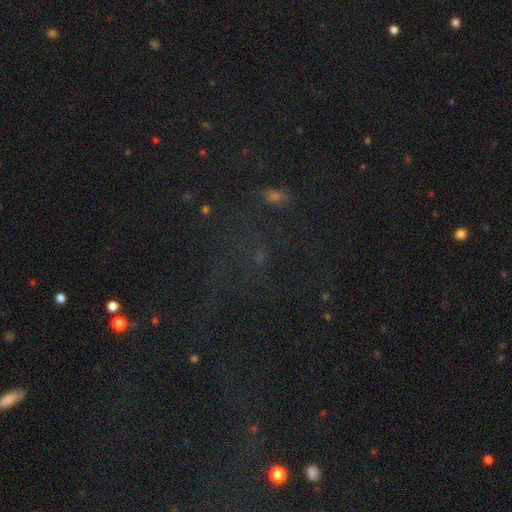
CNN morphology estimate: Smooth or featured: star or artifact — 62% (smooth — 25%)